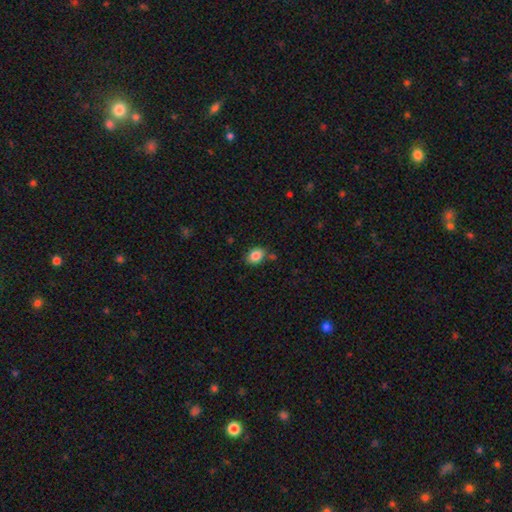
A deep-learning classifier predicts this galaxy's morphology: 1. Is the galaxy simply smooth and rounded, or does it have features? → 86% smooth, 9% star or artifact, 5% featured or disk.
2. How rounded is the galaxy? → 69% in between, 30% round, 1% cigar-shaped.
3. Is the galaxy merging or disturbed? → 77% none, 14% minor disturbance, 6% merger, 3% major disturbance.